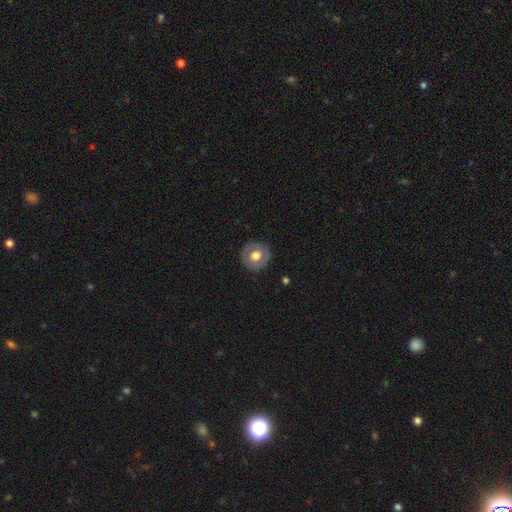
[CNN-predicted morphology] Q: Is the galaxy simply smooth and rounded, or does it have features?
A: smooth — 54%.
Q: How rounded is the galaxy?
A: round — 89%.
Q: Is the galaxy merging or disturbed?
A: none — 87%.